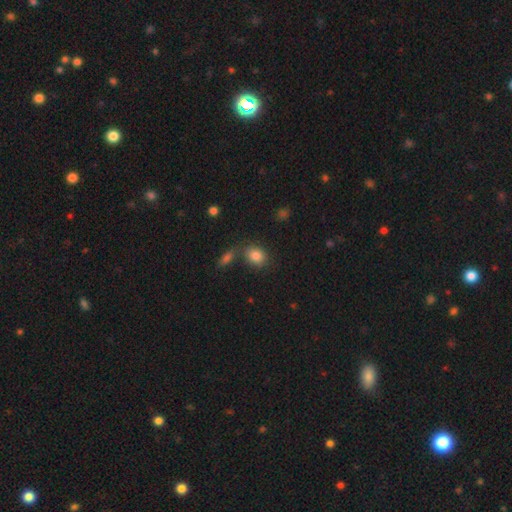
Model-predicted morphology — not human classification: This appears to be a smooth galaxy with no disk features (84%) that is in between round and cigar-shaped (52%). Merging: none (66%).